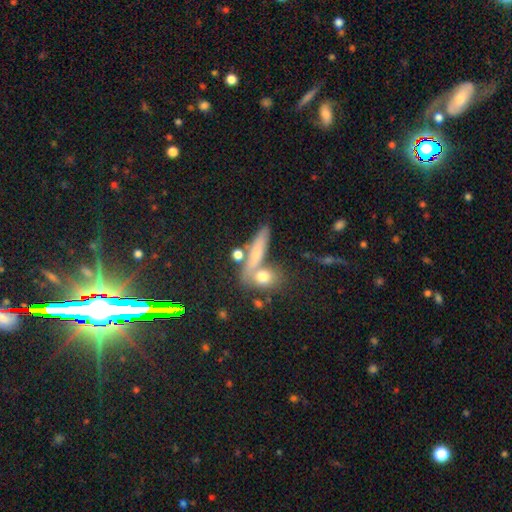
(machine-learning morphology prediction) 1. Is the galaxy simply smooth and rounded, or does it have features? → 53% smooth, 25% featured or disk, 22% star or artifact.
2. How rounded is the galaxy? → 61% cigar-shaped, 24% in between, 15% round.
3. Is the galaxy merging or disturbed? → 63% none, 20% merger, 12% minor disturbance, 5% major disturbance.